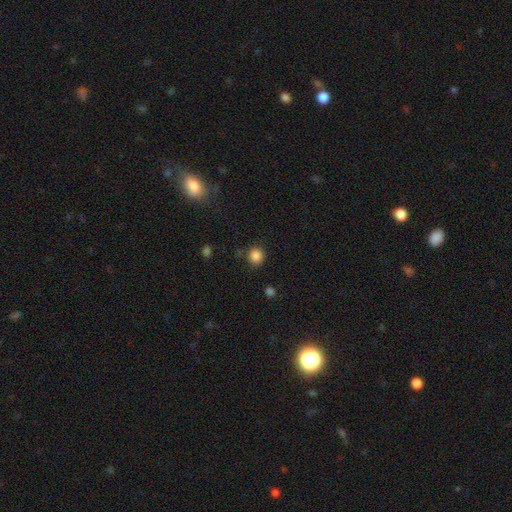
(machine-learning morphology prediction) The model was most divided on "merging": none: 81%, minor disturbance: 12%, major disturbance: 4%, merger: 3%. More confident: how rounded — round (89%); smooth or featured — smooth (85%).